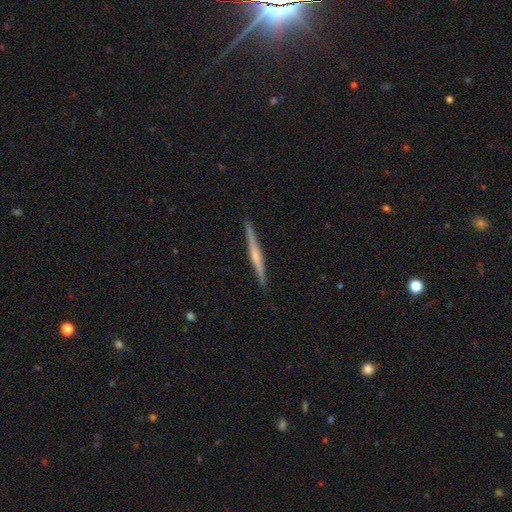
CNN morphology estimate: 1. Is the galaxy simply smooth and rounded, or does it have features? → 64% featured or disk, 30% smooth, 5% star or artifact.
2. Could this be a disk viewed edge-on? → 98% yes, 2% no.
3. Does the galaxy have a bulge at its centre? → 49% rounded, 40% none, 11% boxy.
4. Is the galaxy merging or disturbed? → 91% none, 7% minor disturbance, 1% major disturbance, 1% merger.